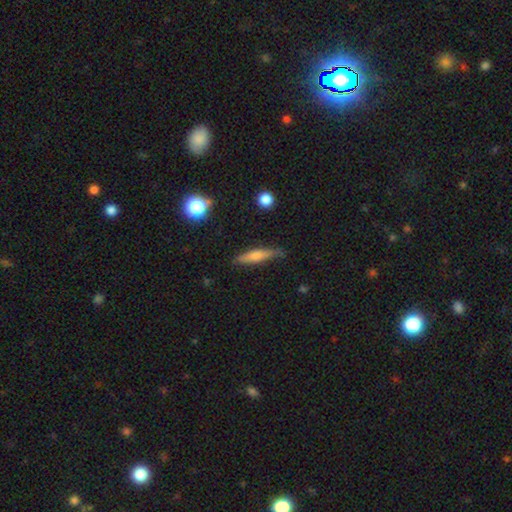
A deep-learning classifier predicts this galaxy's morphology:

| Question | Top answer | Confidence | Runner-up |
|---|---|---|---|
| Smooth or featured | smooth | 52% | featured or disk (40%) |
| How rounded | cigar-shaped | 86% | in between (11%) |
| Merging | none | 81% | minor disturbance (14%) |